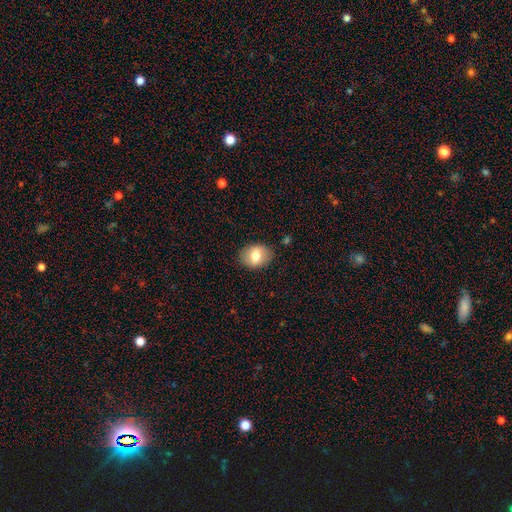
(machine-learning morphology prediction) Smooth or featured?
  - smooth: 74% *
  - featured or disk: 18%
  - star or artifact: 8%
How rounded?
  - in between: 69% *
  - round: 30%
  - cigar-shaped: 1%
Merging?
  - none: 86% *
  - minor disturbance: 10%
  - major disturbance: 3%
  - merger: 1%